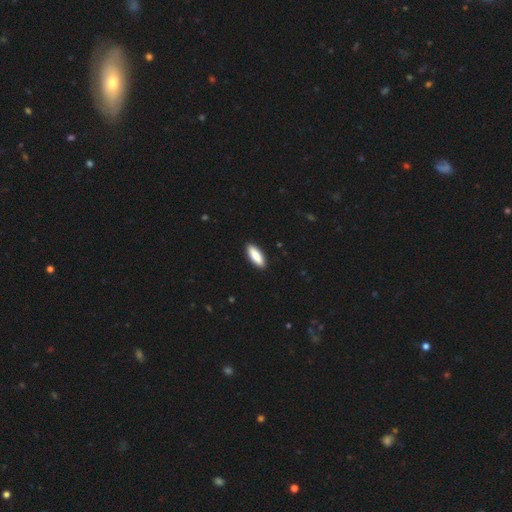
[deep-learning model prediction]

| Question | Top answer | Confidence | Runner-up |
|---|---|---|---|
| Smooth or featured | smooth | 87% | featured or disk (8%) |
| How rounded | in between | 61% | cigar-shaped (38%) |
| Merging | none | 91% | minor disturbance (7%) |